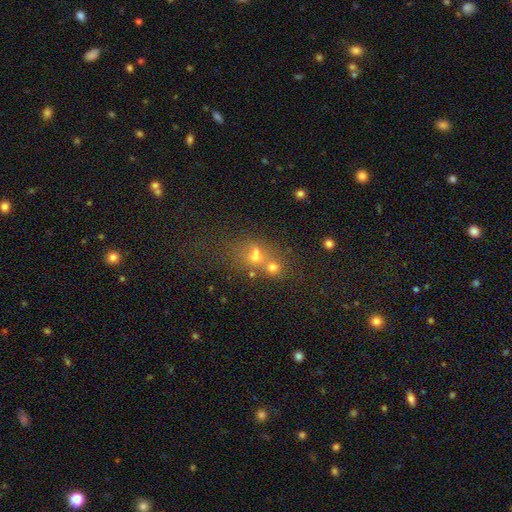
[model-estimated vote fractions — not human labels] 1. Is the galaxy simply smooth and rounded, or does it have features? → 49% smooth, 34% star or artifact, 18% featured or disk.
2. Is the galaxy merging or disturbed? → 46% merger, 41% none, 8% minor disturbance, 5% major disturbance.